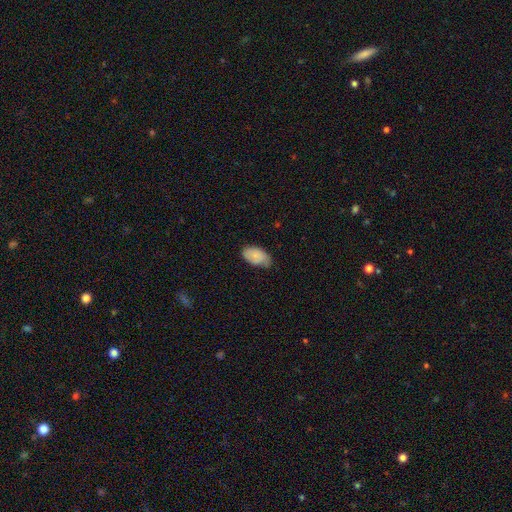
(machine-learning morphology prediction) smooth-or-featured: smooth: 78% | featured or disk: 15% | star or artifact: 7%
  how-rounded: in between: 94% | round: 4% | cigar-shaped: 2%
  merging: none: 59% | minor disturbance: 34% | major disturbance: 6% | merger: 1%